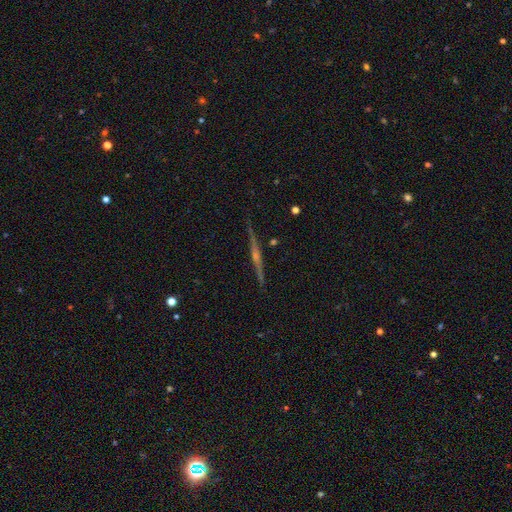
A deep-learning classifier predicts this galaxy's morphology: Smooth or featured? Predicted: featured or disk (p=0.83). Edge-on disk? Predicted: yes (p=0.98). Edge-on bulge? Predicted: rounded (p=0.79). Merging? Predicted: none (p=0.91).